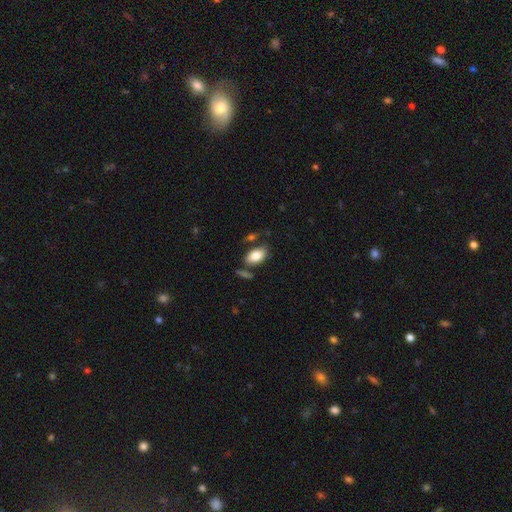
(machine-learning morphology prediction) A smooth galaxy with no disk features (82%) that is in between round and cigar-shaped (93%).

Vote fractions:
- Smooth or featured? smooth: 82% / featured or disk: 11% / star or artifact: 7%
- How rounded? in between: 93% / round: 5% / cigar-shaped: 2%
- Merging? none: 70% / minor disturbance: 15% / merger: 10% / major disturbance: 5%